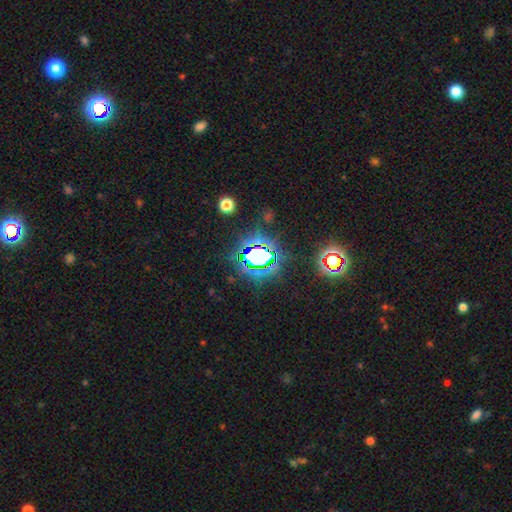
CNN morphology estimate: Q: Smooth or featured?
A: star or artifact (69%); runner-up: smooth (21%)